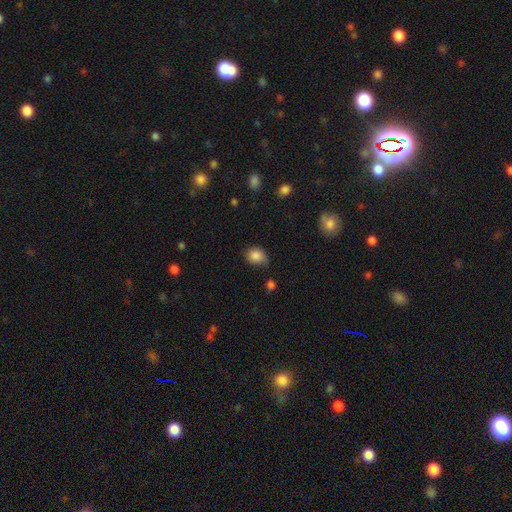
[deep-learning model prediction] A smooth galaxy with no disk features (85%) that is round (53%). Merging: none (58%).